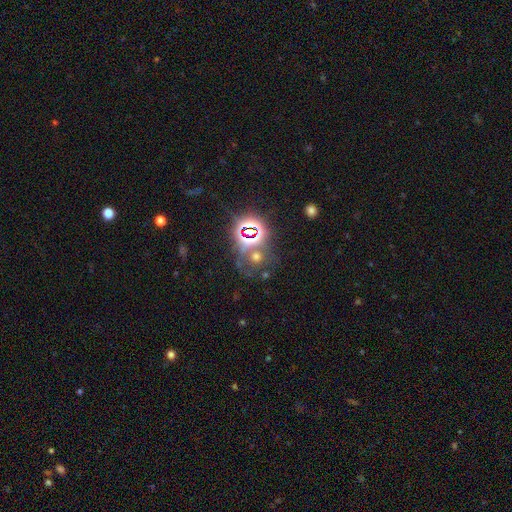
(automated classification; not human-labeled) Smooth or featured? star or artifact (61%)